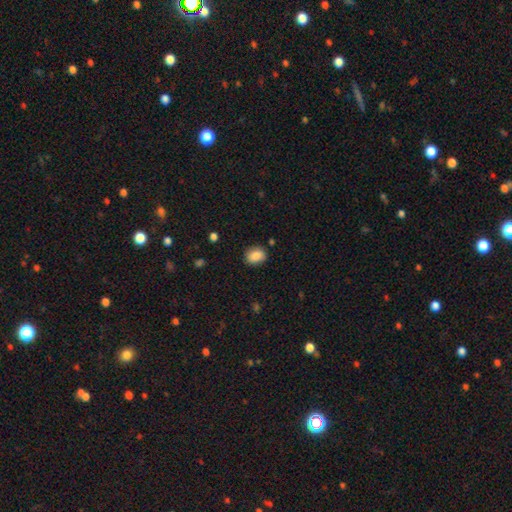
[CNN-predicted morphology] Smooth or featured? Predicted: smooth (p=0.87). How rounded? Predicted: in between (p=0.60). Merging? Predicted: none (p=0.82).